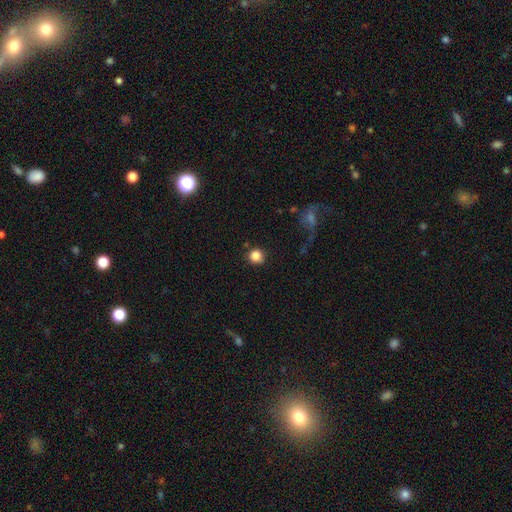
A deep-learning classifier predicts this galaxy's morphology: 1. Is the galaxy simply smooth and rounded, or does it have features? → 85% smooth, 11% star or artifact, 4% featured or disk.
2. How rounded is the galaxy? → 92% round, 7% in between, 1% cigar-shaped.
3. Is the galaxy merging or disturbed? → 85% none, 9% minor disturbance, 3% major disturbance, 3% merger.